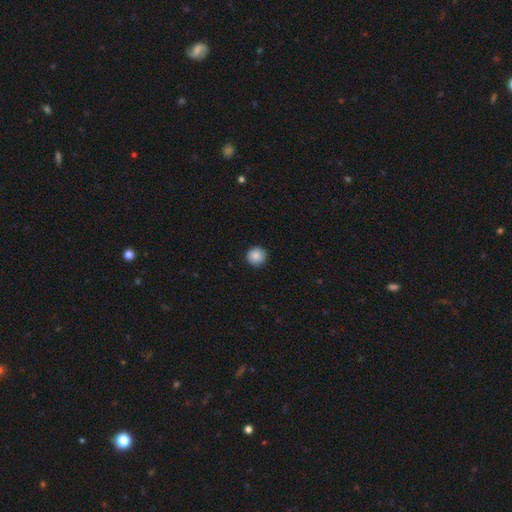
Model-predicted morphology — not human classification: smooth-or-featured: smooth: 88% | star or artifact: 9% | featured or disk: 4%
  how-rounded: round: 95% | in between: 4% | cigar-shaped: 1%
  merging: none: 91% | minor disturbance: 6% | major disturbance: 2% | merger: 1%